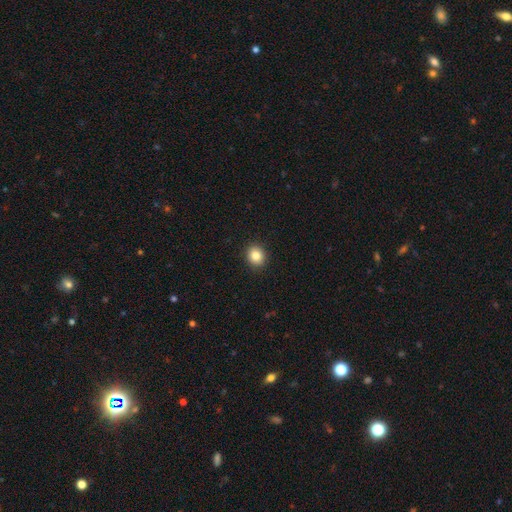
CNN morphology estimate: Smooth or featured: smooth — 84% (star or artifact — 10%)
How rounded: round — 69% (in between — 30%)
Merging: none — 91% (minor disturbance — 6%)